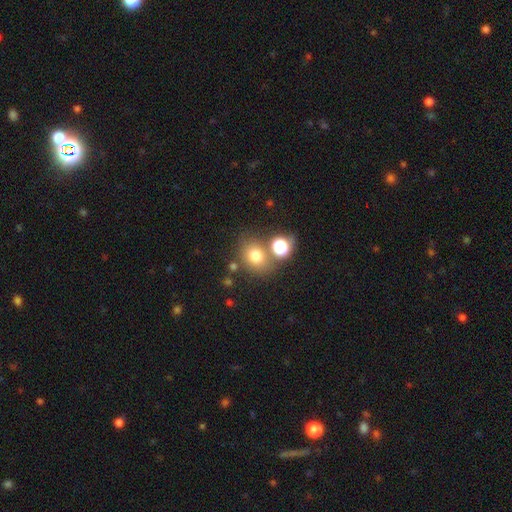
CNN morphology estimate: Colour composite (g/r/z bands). It shows a smooth galaxy with no disk features (73%) that is round (68%). Merging: none (68%).